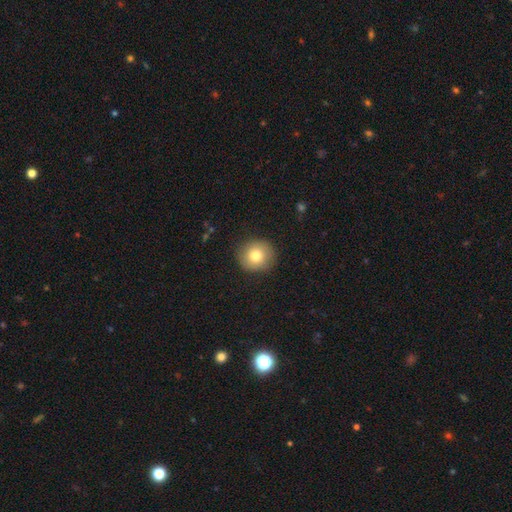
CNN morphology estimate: The model was most divided on "smooth or featured": smooth: 79%, featured or disk: 12%, star or artifact: 9%. More confident: how rounded — round (89%); merging — none (88%).